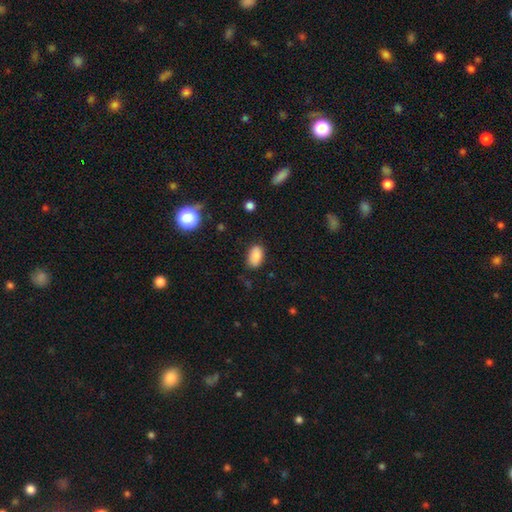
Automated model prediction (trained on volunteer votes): The model was most divided on "merging": none: 82%, minor disturbance: 13%, major disturbance: 3%, merger: 1%. More confident: how rounded — in between (91%); smooth or featured — smooth (86%).